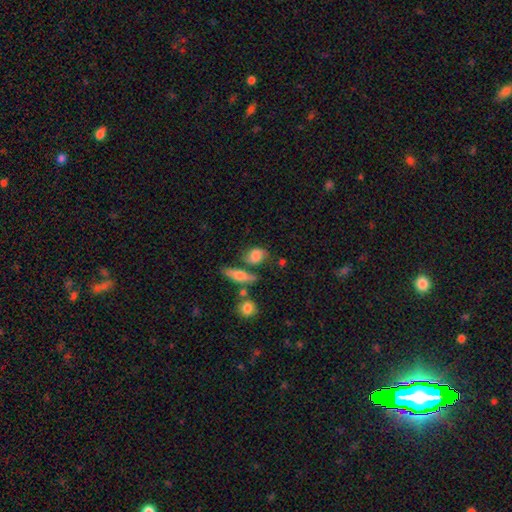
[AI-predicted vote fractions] Smooth or featured: smooth — 69% (featured or disk — 21%)
How rounded: in between — 59% (round — 35%)
Merging: none — 51% (minor disturbance — 21%)